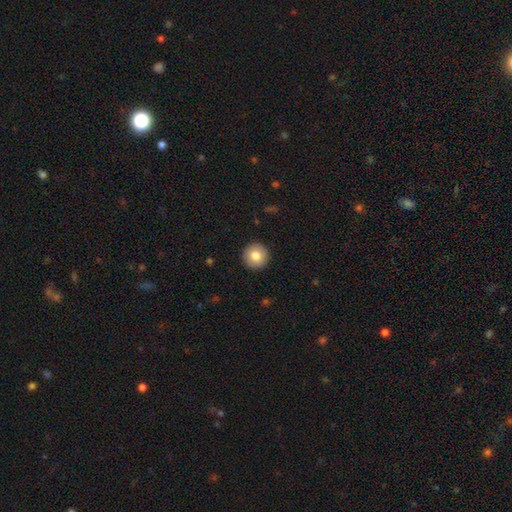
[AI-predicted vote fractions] smooth-or-featured: smooth: 81% | featured or disk: 11% | star or artifact: 8%
  how-rounded: round: 96% | in between: 3% | cigar-shaped: 1%
  merging: none: 93% | minor disturbance: 5% | major disturbance: 1% | merger: 1%